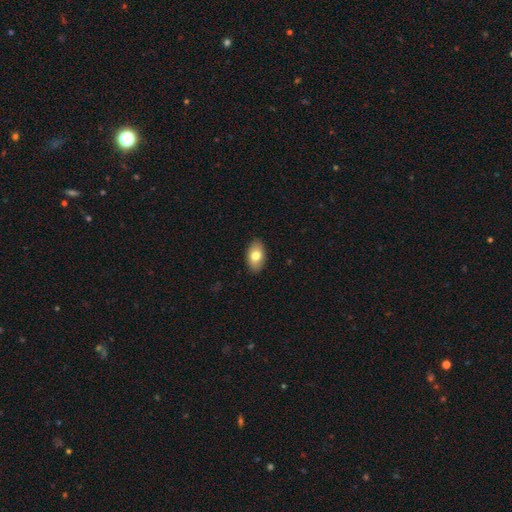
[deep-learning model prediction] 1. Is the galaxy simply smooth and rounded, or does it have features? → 77% smooth, 16% featured or disk, 7% star or artifact.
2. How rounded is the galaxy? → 92% in between, 7% round, 2% cigar-shaped.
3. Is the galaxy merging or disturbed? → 89% none, 8% minor disturbance, 2% major disturbance, 1% merger.